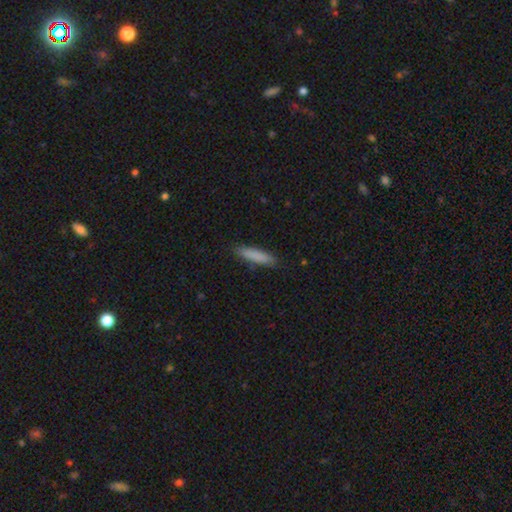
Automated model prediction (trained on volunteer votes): This appears to be a smooth galaxy with no disk features (85%) that is cigar-shaped (85%). Merging: none (87%).